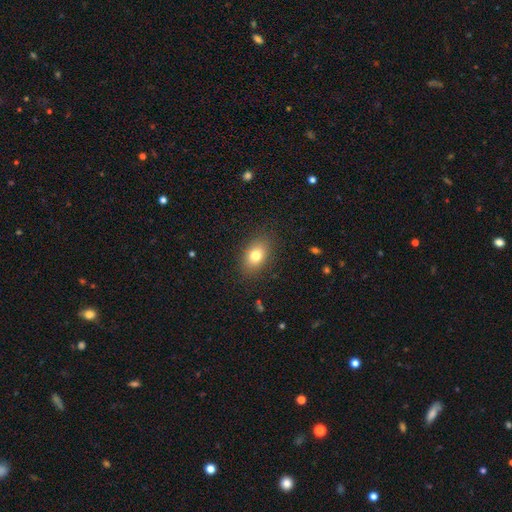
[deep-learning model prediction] A smooth galaxy with no disk features (78%) that is in between round and cigar-shaped (83%).

Vote fractions:
- Smooth or featured? smooth: 78% / featured or disk: 12% / star or artifact: 10%
- How rounded? in between: 83% / round: 15% / cigar-shaped: 2%
- Merging? none: 85% / minor disturbance: 10% / major disturbance: 3% / merger: 1%